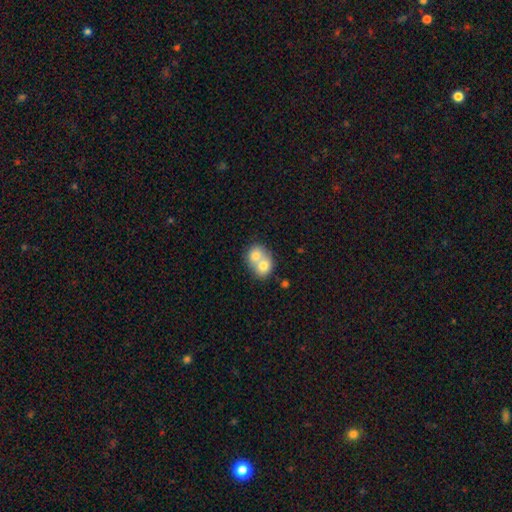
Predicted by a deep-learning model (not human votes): A smooth galaxy with no disk features (70%) that is round (60%). Merging: merger (77%).